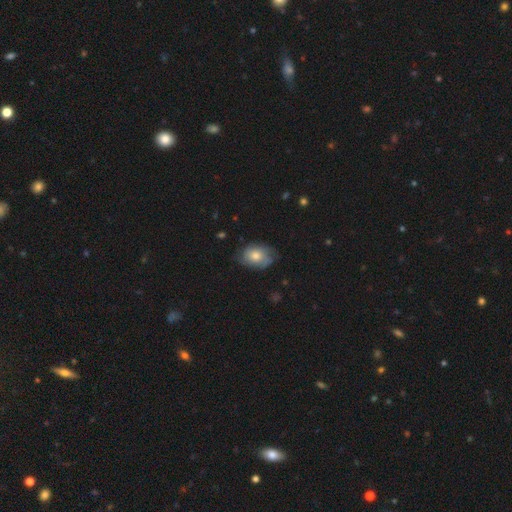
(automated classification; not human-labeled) The model was most divided on "smooth or featured": smooth: 59%, featured or disk: 34%, star or artifact: 7%. More confident: how rounded — in between (76%); merging — none (63%).